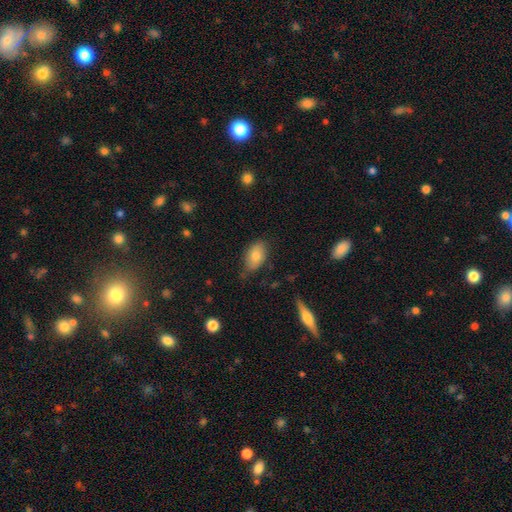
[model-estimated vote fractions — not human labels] Smooth or featured? smooth (77%)
How rounded? in between (90%)
Merging? none (68%)